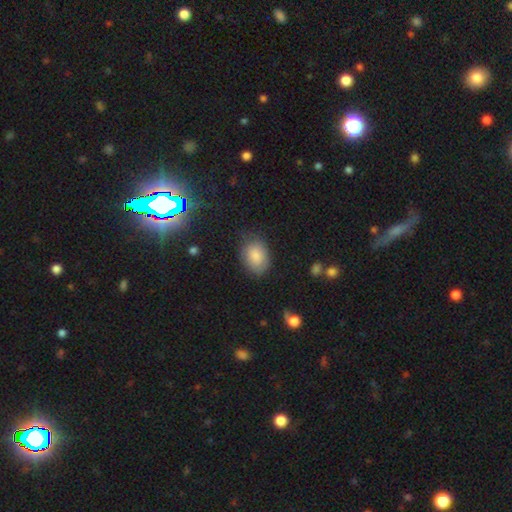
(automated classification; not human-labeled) Smooth or featured?
  - smooth: 83% *
  - featured or disk: 10%
  - star or artifact: 7%
How rounded?
  - in between: 75% *
  - round: 24%
  - cigar-shaped: 1%
Merging?
  - none: 69% *
  - minor disturbance: 23%
  - major disturbance: 6%
  - merger: 2%